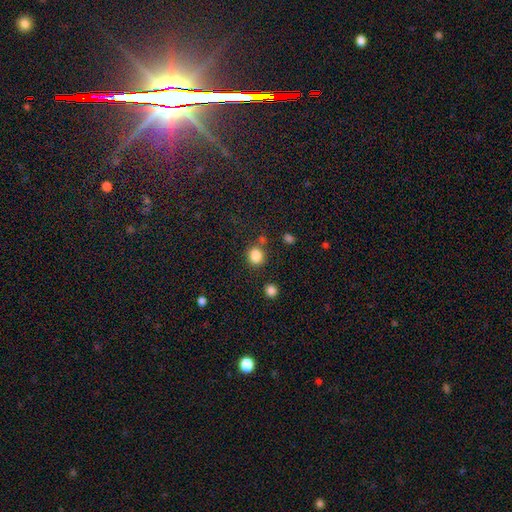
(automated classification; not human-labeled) The model was most divided on "how rounded": round: 78%, in between: 21%, cigar-shaped: 1%. More confident: smooth or featured — smooth (85%); merging — none (75%).